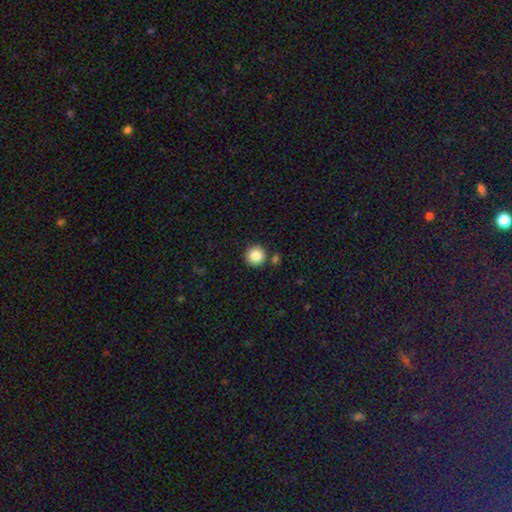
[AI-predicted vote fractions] Smooth or featured? Predicted: smooth (p=0.85). How rounded? Predicted: round (p=0.96). Merging? Predicted: none (p=0.85).